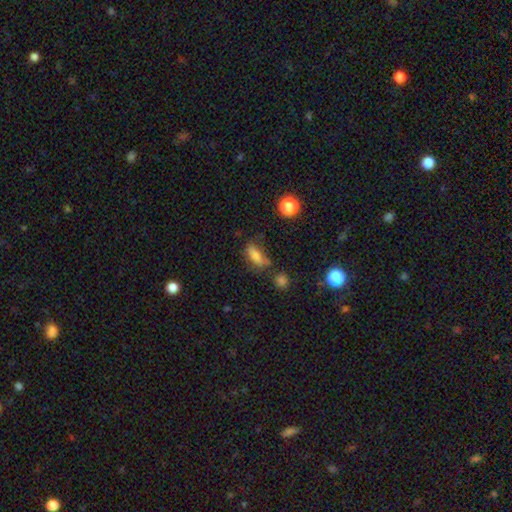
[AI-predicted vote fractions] A smooth galaxy with no disk features (73%) that is in between round and cigar-shaped (74%).

Vote fractions:
- Smooth or featured? smooth: 73% / featured or disk: 15% / star or artifact: 12%
- How rounded? in between: 74% / cigar-shaped: 21% / round: 6%
- Merging? none: 53% / minor disturbance: 26% / major disturbance: 12% / merger: 8%